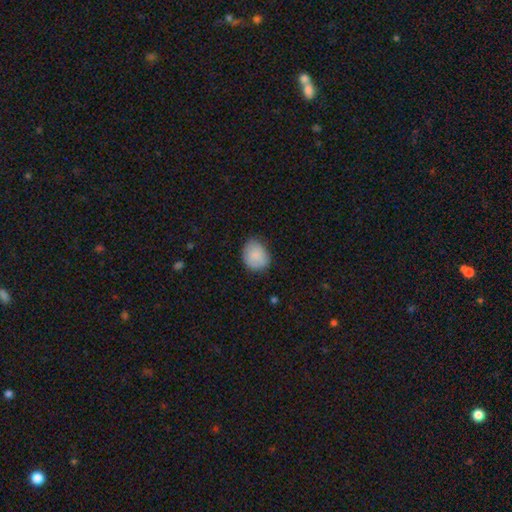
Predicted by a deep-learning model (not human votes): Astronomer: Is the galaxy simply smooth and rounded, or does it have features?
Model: smooth — 83%.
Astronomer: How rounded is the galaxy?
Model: round — 57% (runner-up: in between, 42%).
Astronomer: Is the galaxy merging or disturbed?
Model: none — 71%.